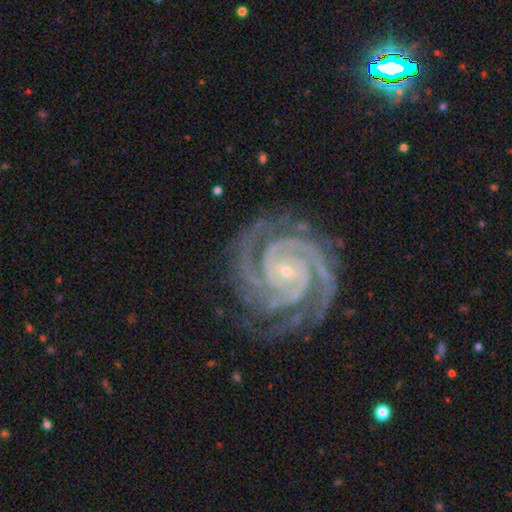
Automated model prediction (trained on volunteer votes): The model was most divided on "spiral arm count": 2: 49%, 3: 23%, 4: 10%, can't tell: 6%, more than 4: 6%, 1: 6%. More confident: spiral arms — yes (99%); edge-on disk — no (98%); smooth or featured — featured or disk (93%); bulge size — small (85%); spiral winding — tight (84%); merging — none (82%); bar — no (58%).